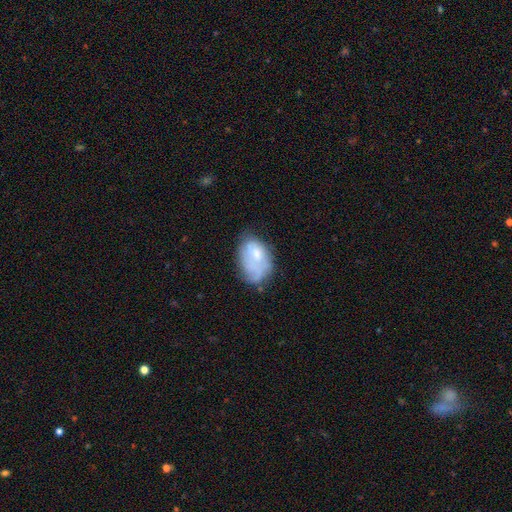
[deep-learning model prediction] smooth-or-featured: smooth: 53% | featured or disk: 39% | star or artifact: 8%
  how-rounded: in between: 88% | round: 10% | cigar-shaped: 1%
  merging: none: 41% | minor disturbance: 33% | major disturbance: 20% | merger: 6%